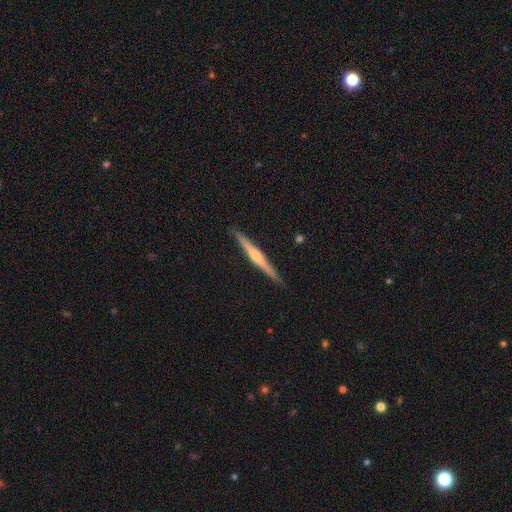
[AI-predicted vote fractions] smooth_or_featured: featured or disk (p=0.72) [alt: smooth p=0.23]
disk_edge_on: yes (p=0.98) [alt: no p=0.02]
edge_on_bulge: rounded (p=0.76) [alt: none p=0.17]
merging: none (p=0.91) [alt: minor disturbance p=0.07]